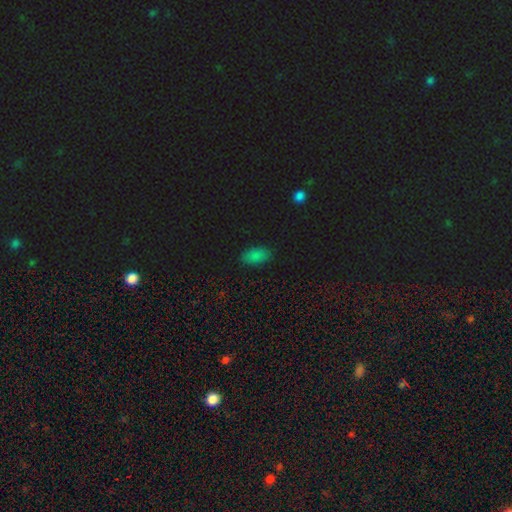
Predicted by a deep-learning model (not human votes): Smooth or featured: smooth — 81% (star or artifact — 14%)
How rounded: in between — 93% (round — 4%)
Merging: none — 85% (minor disturbance — 11%)